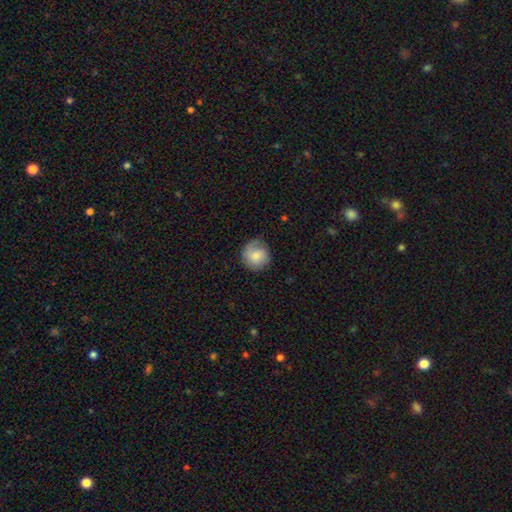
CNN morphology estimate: smooth_or_featured: smooth (p=0.65) [alt: featured or disk p=0.28]
how_rounded: round (p=0.88) [alt: in between p=0.11]
merging: none (p=0.68) [alt: minor disturbance p=0.22]